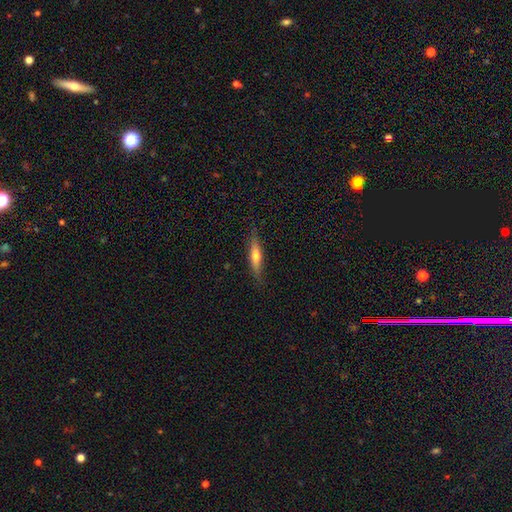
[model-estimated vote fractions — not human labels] Smooth or featured? smooth (57%)
How rounded? cigar-shaped (78%)
Merging? none (84%)